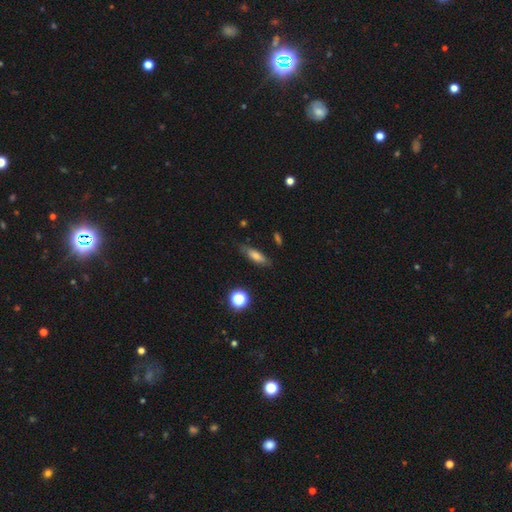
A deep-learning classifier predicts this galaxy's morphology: smooth-or-featured: smooth: 69% | featured or disk: 19% | star or artifact: 12%
  how-rounded: in between: 52% | cigar-shaped: 44% | round: 5%
  merging: none: 78% | minor disturbance: 16% | major disturbance: 4% | merger: 2%